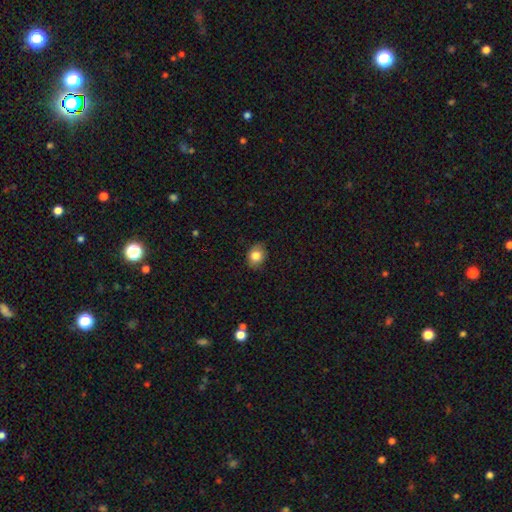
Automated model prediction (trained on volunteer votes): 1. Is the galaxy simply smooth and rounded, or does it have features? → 83% smooth, 9% star or artifact, 8% featured or disk.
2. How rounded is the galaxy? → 54% round, 45% in between, 1% cigar-shaped.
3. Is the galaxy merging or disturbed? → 82% none, 14% minor disturbance, 2% major disturbance, 1% merger.